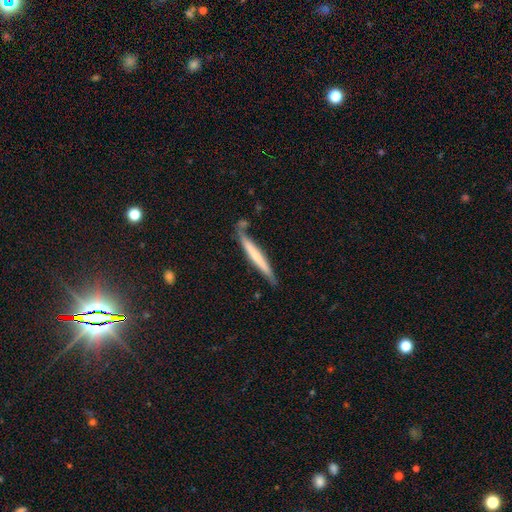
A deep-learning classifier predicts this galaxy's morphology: Smooth or featured? smooth (52%)
How rounded? cigar-shaped (96%)
Merging? none (67%)